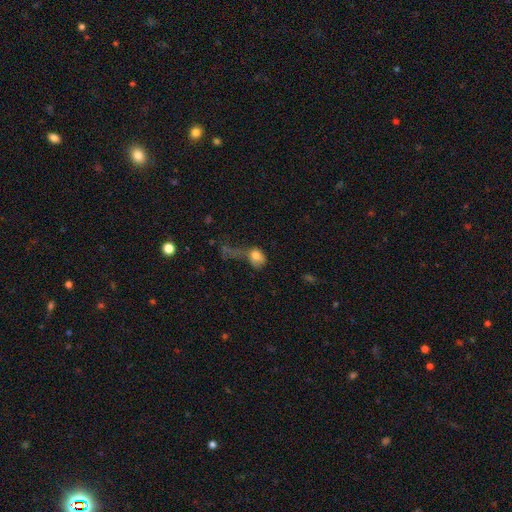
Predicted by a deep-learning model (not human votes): smooth_or_featured: smooth (p=0.71) [alt: featured or disk p=0.18]
how_rounded: in between (p=0.57) [alt: round p=0.40]
merging: major disturbance (p=0.54) [alt: none p=0.16]